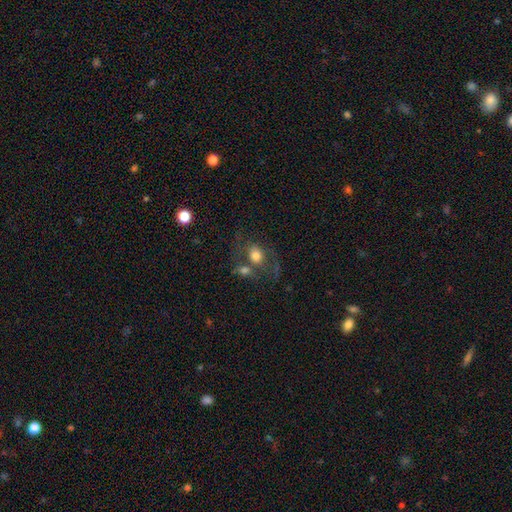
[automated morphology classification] Q: Smooth or featured?
A: smooth (65%); runner-up: featured or disk (25%)
Q: How rounded?
A: round (54%); runner-up: in between (45%)
Q: Merging?
A: none (37%); runner-up: merger (34%)